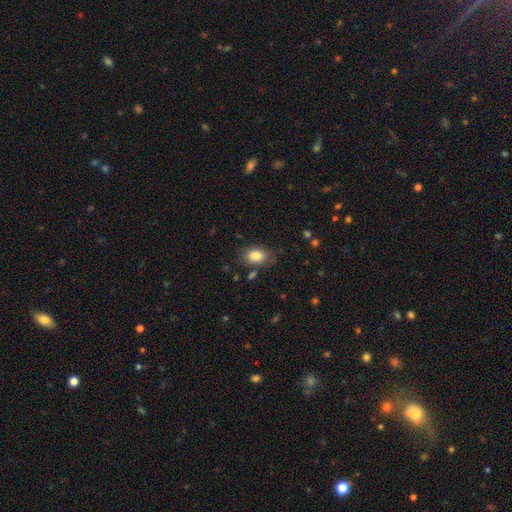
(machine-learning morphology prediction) This is clearly a smooth galaxy (84%). How rounded: clearly in between (81%). Merging: likely none (72%).